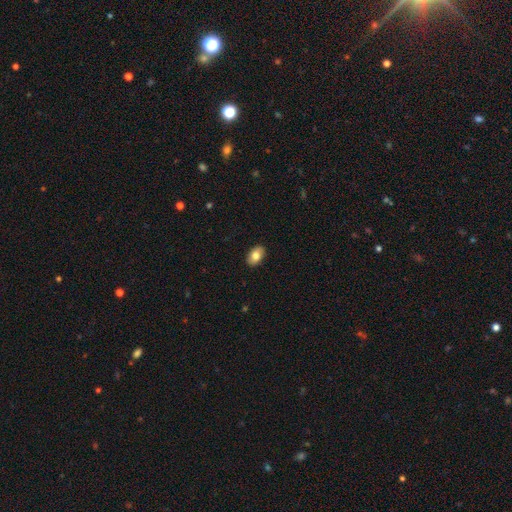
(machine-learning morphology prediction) A smooth galaxy with no disk features (81%) that is in between round and cigar-shaped (89%).

Vote fractions:
- Smooth or featured? smooth: 81% / featured or disk: 12% / star or artifact: 7%
- How rounded? in between: 89% / round: 10% / cigar-shaped: 1%
- Merging? none: 90% / minor disturbance: 8% / major disturbance: 2% / merger: 1%